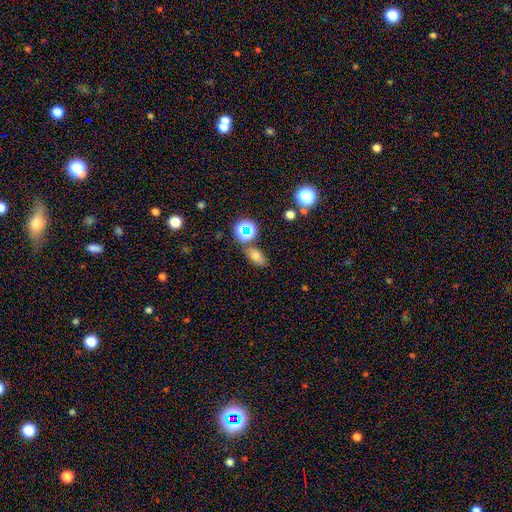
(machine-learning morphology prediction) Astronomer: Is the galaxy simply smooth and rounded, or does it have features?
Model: smooth — 62%.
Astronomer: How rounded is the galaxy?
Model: in between — 75%.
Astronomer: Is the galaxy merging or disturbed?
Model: none — 71%.